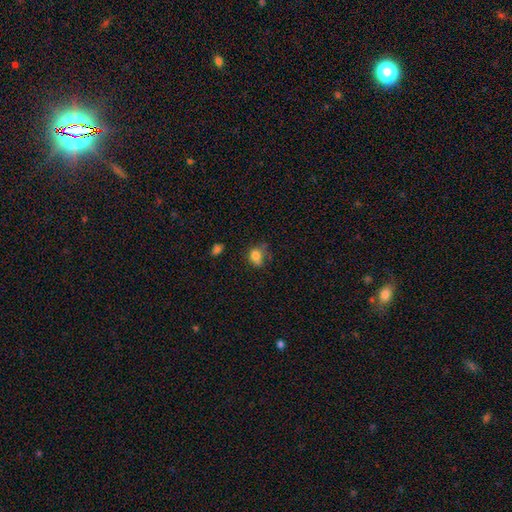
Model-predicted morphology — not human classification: A smooth galaxy with no disk features (78%) that is in between round and cigar-shaped (61%). Merging: none (40%).